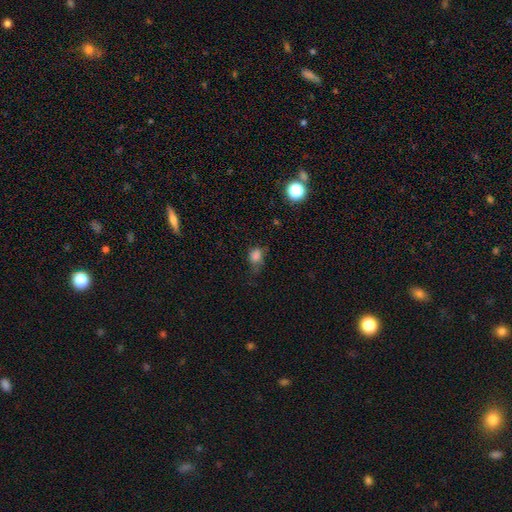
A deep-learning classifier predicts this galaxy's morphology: Smooth or featured? smooth (78%)
How rounded? in between (57%)
Merging? none (38%)